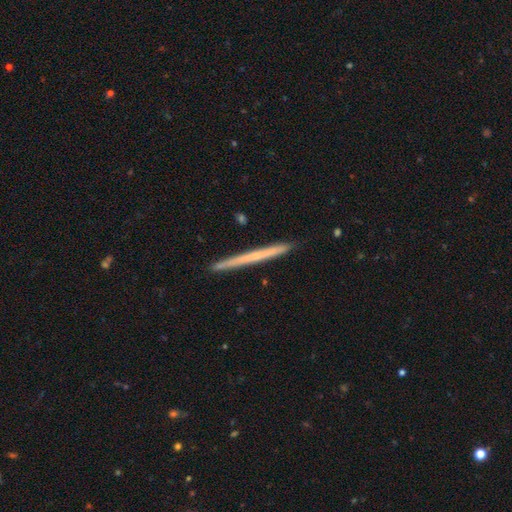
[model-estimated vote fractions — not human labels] Smooth or featured: smooth — 47% (tied with featured or disk — 47%)
Merging: none — 92% (minor disturbance — 6%)